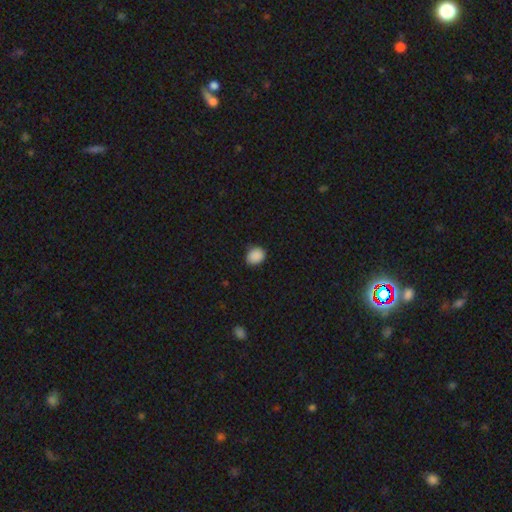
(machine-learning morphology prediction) A smooth galaxy with no disk features (89%) that is round (51%).

Vote fractions:
- Smooth or featured? smooth: 89% / star or artifact: 8% / featured or disk: 3%
- How rounded? round: 51% / in between: 48% / cigar-shaped: 1%
- Merging? none: 83% / minor disturbance: 14% / major disturbance: 2% / merger: 1%